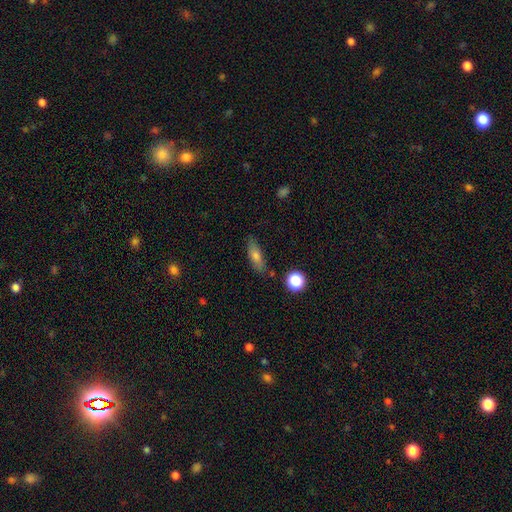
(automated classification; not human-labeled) smooth-or-featured: smooth: 69% | featured or disk: 21% | star or artifact: 10%
  how-rounded: in between: 52% | cigar-shaped: 43% | round: 5%
  merging: none: 81% | minor disturbance: 13% | major disturbance: 3% | merger: 3%